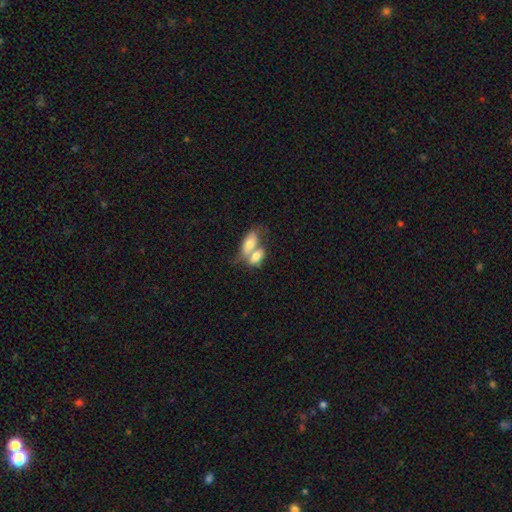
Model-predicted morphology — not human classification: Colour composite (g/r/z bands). It shows a smooth galaxy with no disk features (72%) that is in between round and cigar-shaped (88%). Merging: merger (71%).